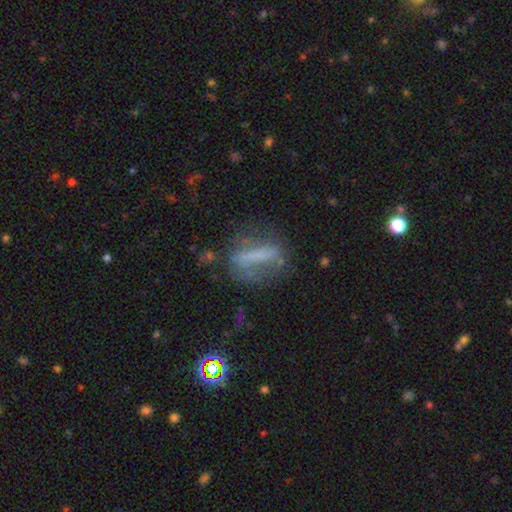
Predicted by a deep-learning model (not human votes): Morphology: type=featured or disk (43%); merging=none (58%).